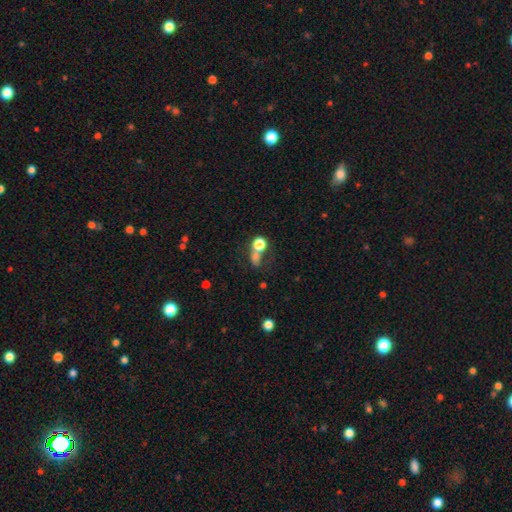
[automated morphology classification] Smooth or featured? smooth (63%)
How rounded? round (63%)
Merging? none (39%)